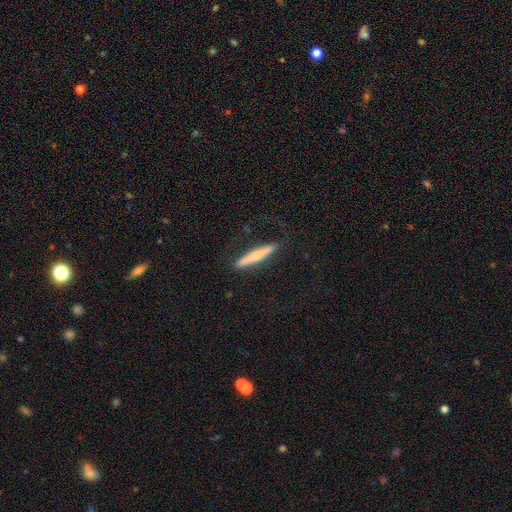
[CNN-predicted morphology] Smooth or featured? Predicted: smooth (p=0.49). Merging? Predicted: none (p=0.82).